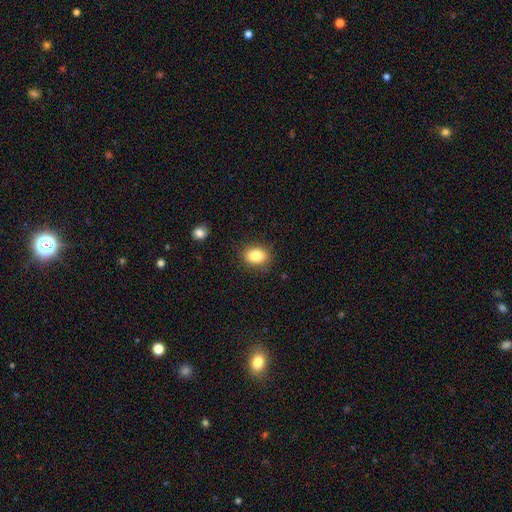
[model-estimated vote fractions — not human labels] Morphology: type=smooth (86%); roundness=in between (68%); merging=none (86%).